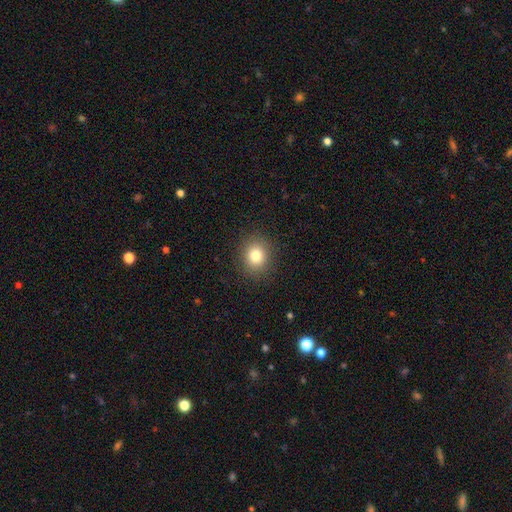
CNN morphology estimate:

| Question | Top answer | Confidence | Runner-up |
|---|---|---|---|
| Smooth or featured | smooth | 80% | star or artifact (12%) |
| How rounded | round | 74% | in between (25%) |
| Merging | none | 89% | minor disturbance (7%) |